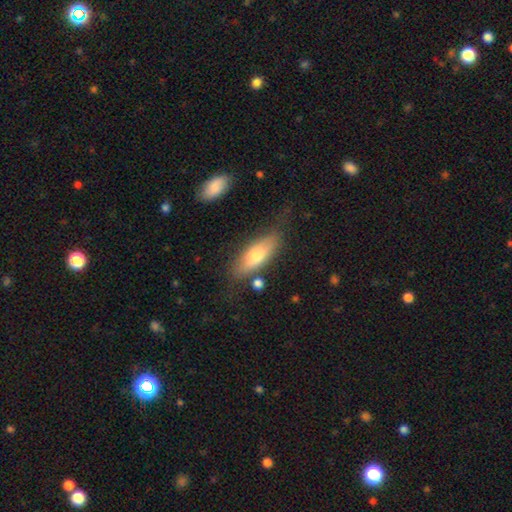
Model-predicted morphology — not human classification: Smooth or featured?
  - smooth: 66% *
  - featured or disk: 28%
  - star or artifact: 6%
How rounded?
  - in between: 68% *
  - cigar-shaped: 30%
  - round: 3%
Merging?
  - none: 68% *
  - minor disturbance: 20%
  - major disturbance: 7%
  - merger: 5%